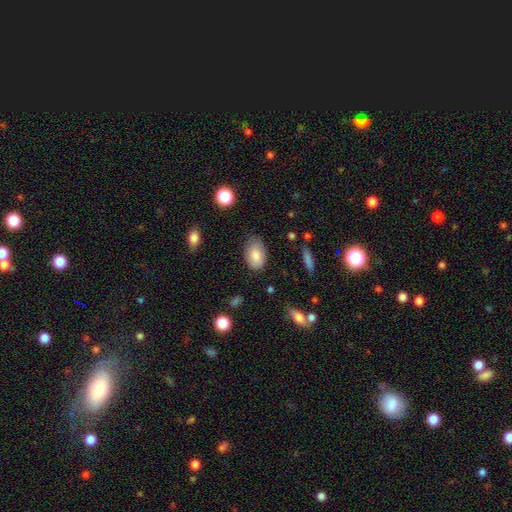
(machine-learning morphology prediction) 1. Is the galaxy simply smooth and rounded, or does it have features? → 82% smooth, 11% featured or disk, 7% star or artifact.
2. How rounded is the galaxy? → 92% in between, 7% round, 1% cigar-shaped.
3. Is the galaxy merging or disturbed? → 73% none, 20% minor disturbance, 5% major disturbance, 2% merger.